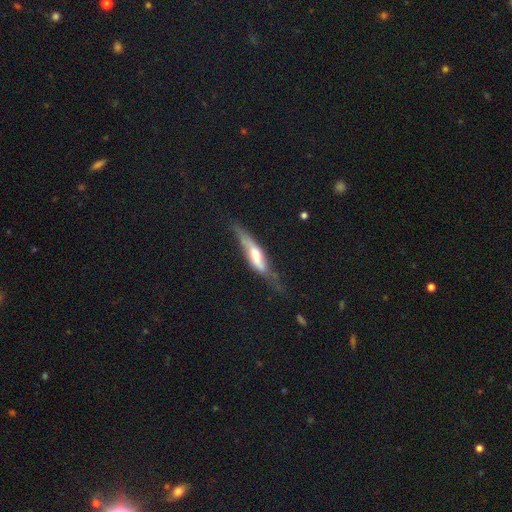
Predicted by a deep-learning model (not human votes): smooth_or_featured: featured or disk (p=0.49) [alt: smooth p=0.44]
merging: none (p=0.39) [alt: minor disturbance p=0.34]